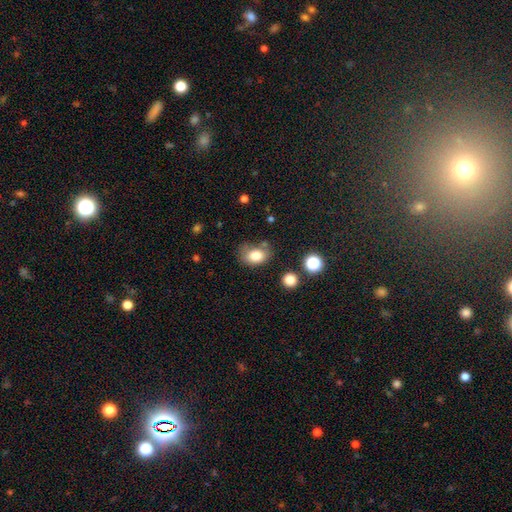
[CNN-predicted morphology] Smooth or featured?
  - smooth: 81% *
  - star or artifact: 10%
  - featured or disk: 9%
How rounded?
  - in between: 71% *
  - round: 28%
  - cigar-shaped: 1%
Merging?
  - none: 55% *
  - minor disturbance: 27%
  - major disturbance: 11%
  - merger: 8%